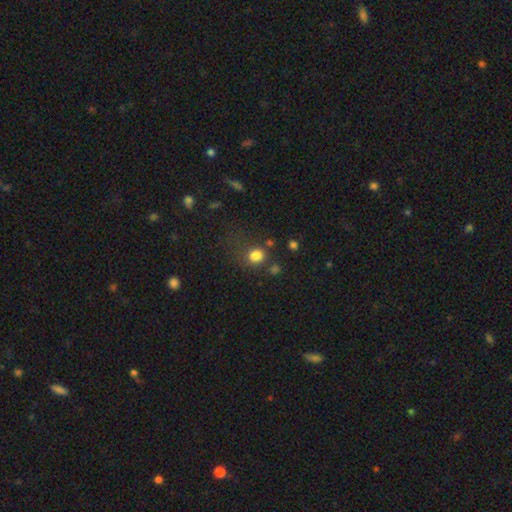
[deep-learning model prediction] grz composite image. It shows a smooth galaxy with no disk features (78%) that is round (62%). Merging: none (56%).